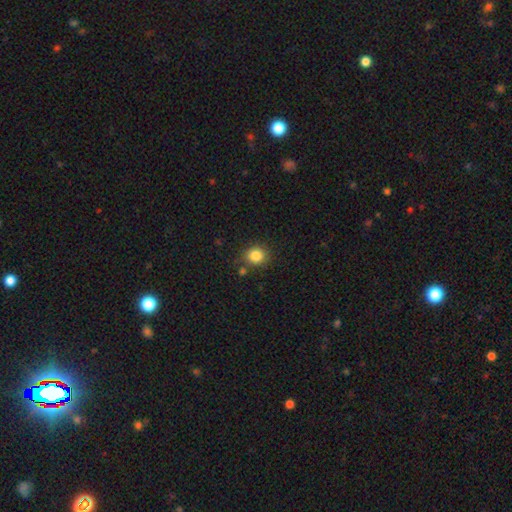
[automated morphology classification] Smooth or featured? smooth (84%)
How rounded? round (81%)
Merging? none (79%)